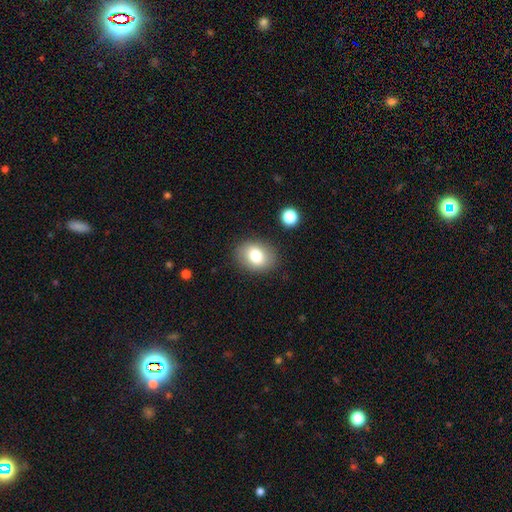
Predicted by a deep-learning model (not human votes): This is likely a smooth galaxy (78%). How rounded: likely in between (60%). Merging: clearly none (86%).